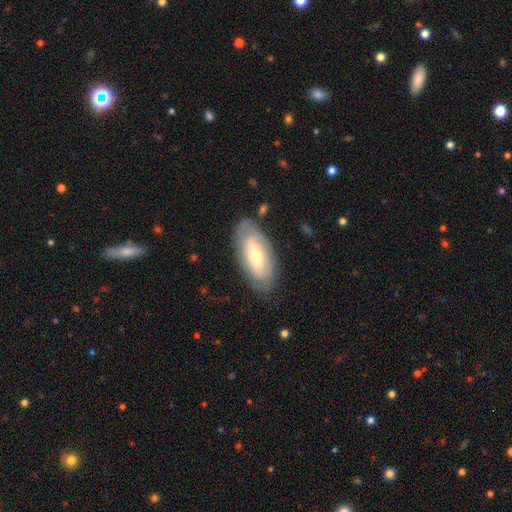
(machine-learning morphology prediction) smooth-or-featured: featured or disk: 57% | smooth: 37% | star or artifact: 6%
  disk-edge-on: no: 84% | yes: 16%
  merging: none: 80% | minor disturbance: 14% | major disturbance: 4% | merger: 2%